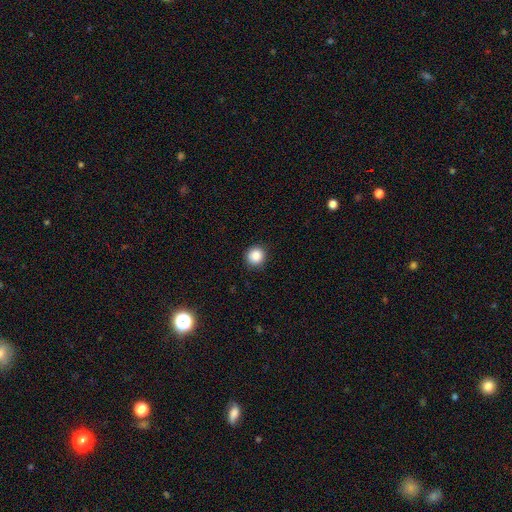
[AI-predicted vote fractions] smooth_or_featured: smooth (p=0.87) [alt: star or artifact p=0.10]
how_rounded: round (p=0.93) [alt: in between p=0.06]
merging: none (p=0.90) [alt: minor disturbance p=0.07]